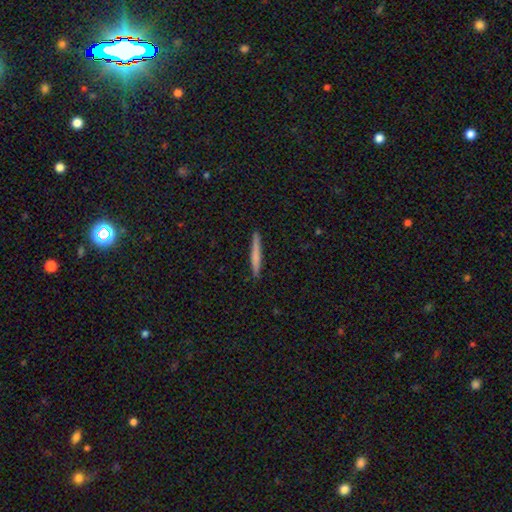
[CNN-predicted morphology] Smooth or featured: smooth — 67% (featured or disk — 27%)
How rounded: cigar-shaped — 96% (in between — 2%)
Merging: none — 91% (minor disturbance — 7%)